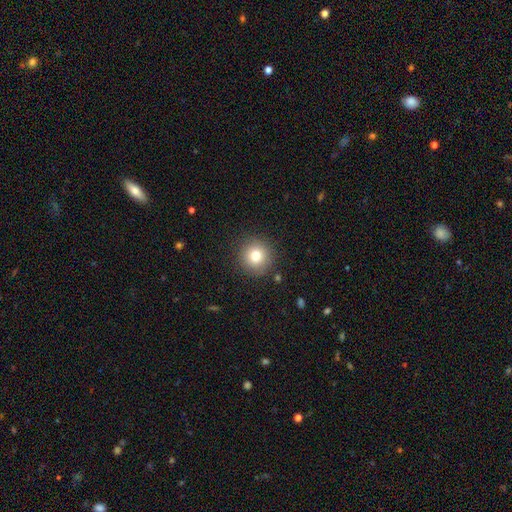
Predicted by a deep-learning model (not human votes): Smooth or featured? smooth (78%)
How rounded? round (95%)
Merging? none (89%)